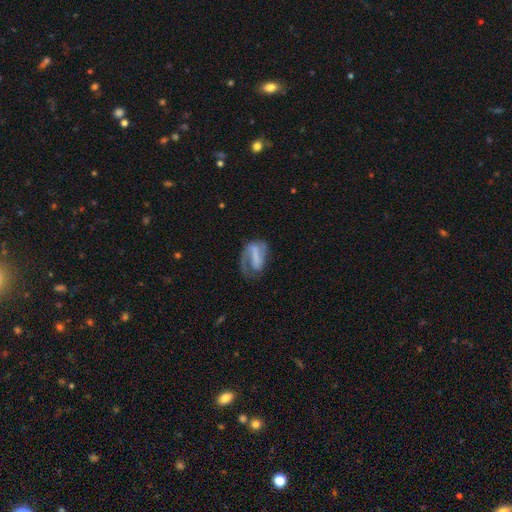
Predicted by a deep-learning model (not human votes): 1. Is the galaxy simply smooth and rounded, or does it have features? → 69% featured or disk, 23% smooth, 8% star or artifact.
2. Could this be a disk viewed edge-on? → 96% no, 4% yes.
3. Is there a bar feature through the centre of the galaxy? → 52% strong, 29% weak, 19% no.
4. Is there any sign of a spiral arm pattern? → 81% yes, 19% no.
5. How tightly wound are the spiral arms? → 41% medium, 31% tight, 28% loose.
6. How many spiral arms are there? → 48% 2, 41% 1, 8% can't tell, 1% 3, 1% 4, 1% more than 4.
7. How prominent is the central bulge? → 58% none, 19% small, 12% moderate, 8% large, 2% dominant.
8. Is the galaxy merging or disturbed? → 45% none, 30% major disturbance, 22% minor disturbance, 3% merger.